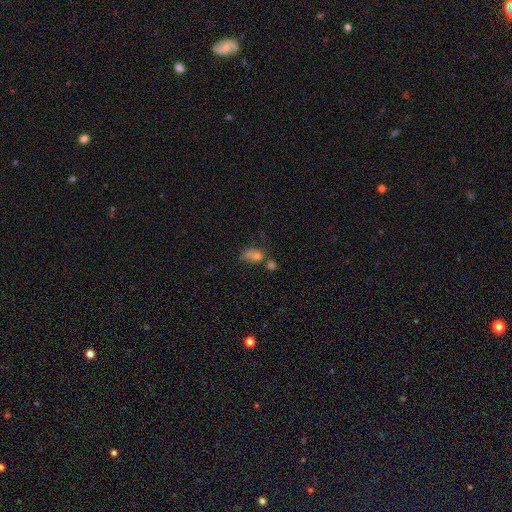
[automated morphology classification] This appears to be a smooth galaxy with no disk features (65%) that is in between round and cigar-shaped (54%). Merging: merger (41%).